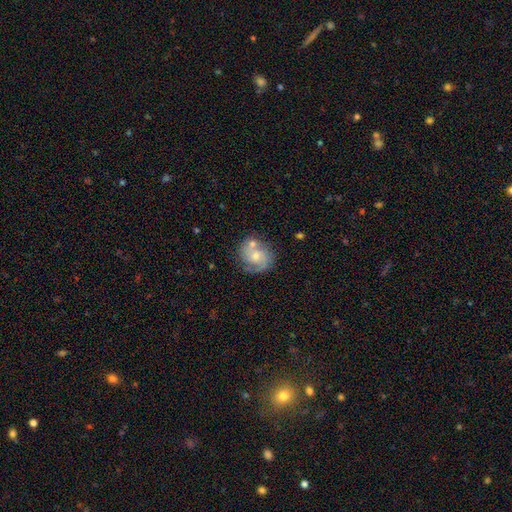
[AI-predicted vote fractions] smooth-or-featured: featured or disk: 71% | smooth: 20% | star or artifact: 8%
  disk-edge-on: no: 98% | yes: 2%
    bar: no: 68% | weak: 28% | strong: 4%
    has-spiral-arms: yes: 91% | no: 9%
      spiral-winding: medium: 43% | tight: 42% | loose: 15%
      spiral-arm-count: 2: 66% | can't tell: 14% | 1: 8% | 3: 8% | 4: 2% | more than 4: 2%
    bulge-size: moderate: 49% | small: 46% | none: 2% | large: 2% | dominant: 1%
  merging: none: 63% | minor disturbance: 16% | merger: 15% | major disturbance: 6%